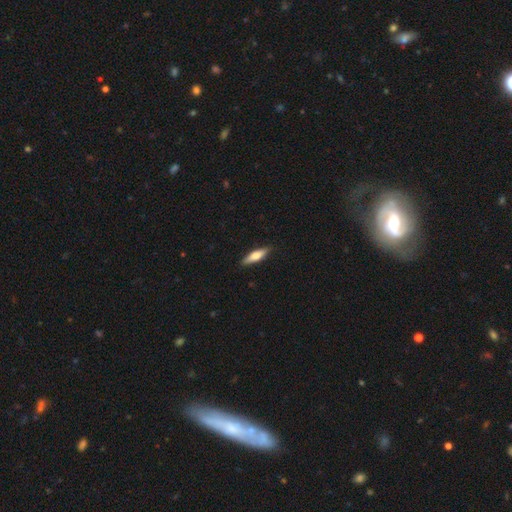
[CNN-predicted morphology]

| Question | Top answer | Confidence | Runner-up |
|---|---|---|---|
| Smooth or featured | smooth | 62% | featured or disk (32%) |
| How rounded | cigar-shaped | 64% | in between (34%) |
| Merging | none | 88% | minor disturbance (9%) |